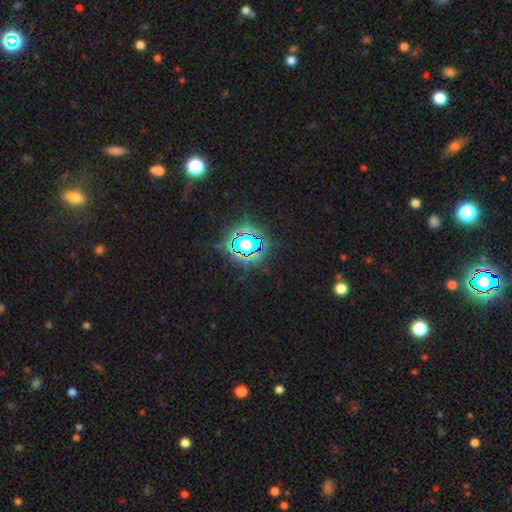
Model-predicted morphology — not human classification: This appears to be a star or artifact, not a galaxy (82%).